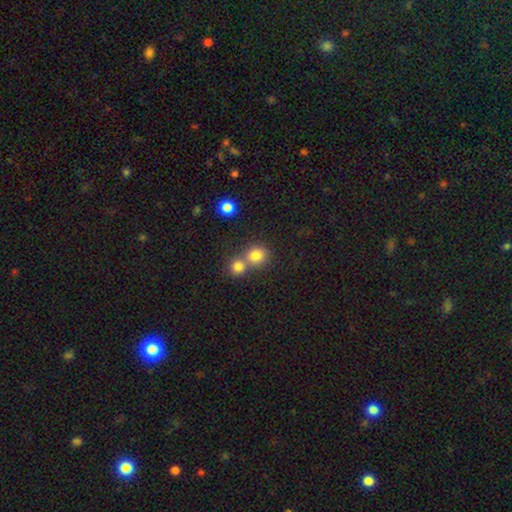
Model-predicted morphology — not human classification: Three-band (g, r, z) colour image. It shows a smooth galaxy with no disk features (80%) that is round (85%). Merging: none (46%, tied with merger).